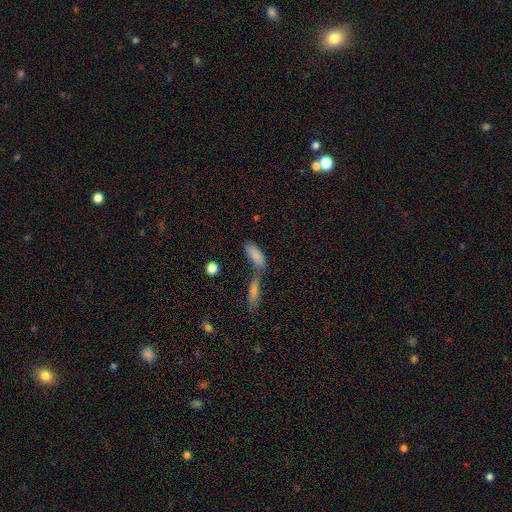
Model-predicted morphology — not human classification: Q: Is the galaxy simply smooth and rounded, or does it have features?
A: smooth — 82%.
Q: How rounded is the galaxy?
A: in between — 69%.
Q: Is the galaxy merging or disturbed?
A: merger — 50%.